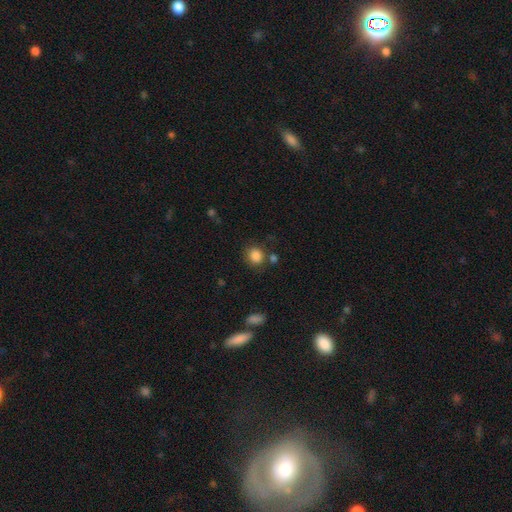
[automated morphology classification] Smooth or featured?
  - smooth: 86% *
  - star or artifact: 9%
  - featured or disk: 5%
How rounded?
  - round: 77% *
  - in between: 22%
  - cigar-shaped: 1%
Merging?
  - none: 73% *
  - minor disturbance: 14%
  - merger: 8%
  - major disturbance: 5%